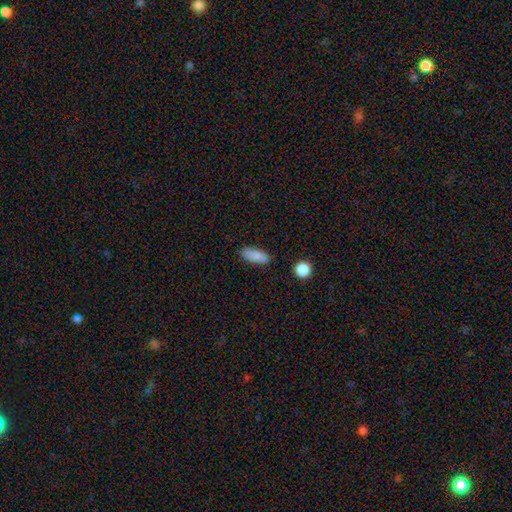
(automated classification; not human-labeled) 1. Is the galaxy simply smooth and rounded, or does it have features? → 84% smooth, 9% featured or disk, 7% star or artifact.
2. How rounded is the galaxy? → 78% in between, 19% cigar-shaped, 3% round.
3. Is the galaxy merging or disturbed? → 82% none, 13% minor disturbance, 3% major disturbance, 3% merger.